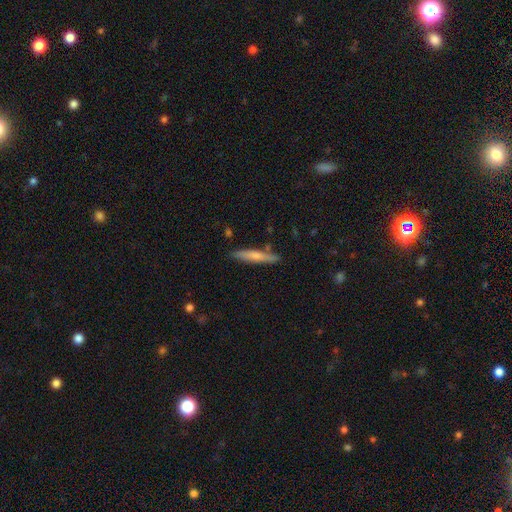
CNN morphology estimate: smooth 63%, featured or disk 31%, star or artifact 6%. Down the decision tree: how rounded — cigar-shaped (90%); merging — none (82%).